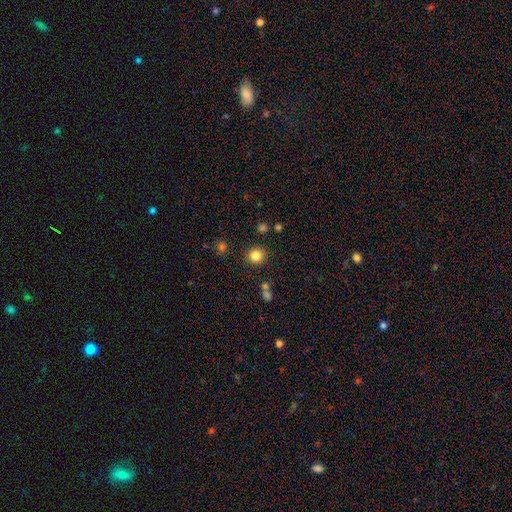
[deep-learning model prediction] This appears to be a smooth galaxy with no disk features (83%) that is round (90%). Merging: none (88%).